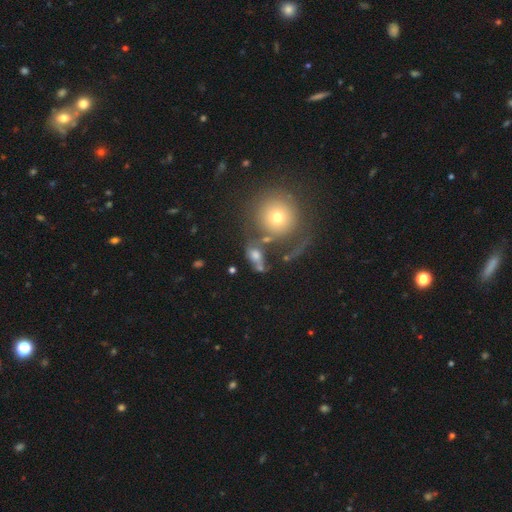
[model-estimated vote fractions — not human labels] Smooth or featured?
  - smooth: 50% *
  - featured or disk: 35%
  - star or artifact: 14%
How rounded?
  - in between: 64% *
  - round: 30%
  - cigar-shaped: 6%
Merging?
  - none: 29% * (tied)
  - merger: 29% * (tied)
  - major disturbance: 26%
  - minor disturbance: 16%